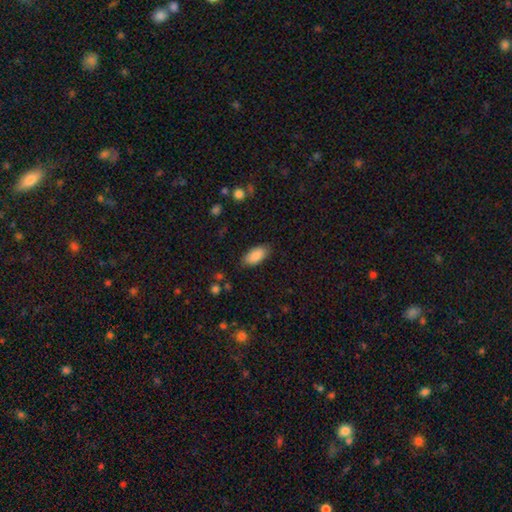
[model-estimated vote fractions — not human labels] smooth 87%, star or artifact 7%, featured or disk 6%. Down the decision tree: how rounded — in between (91%); merging — none (85%).